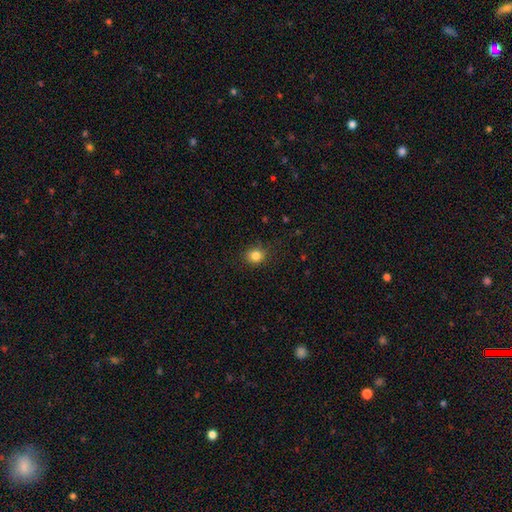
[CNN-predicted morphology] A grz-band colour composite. It shows a smooth galaxy with no disk features (83%) that is round (79%). Merging: none (85%).